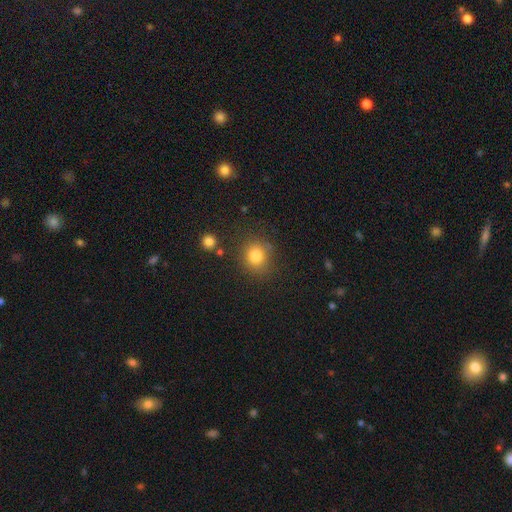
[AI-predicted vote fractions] Morphology: type=smooth (81%); roundness=round (76%); merging=none (79%).